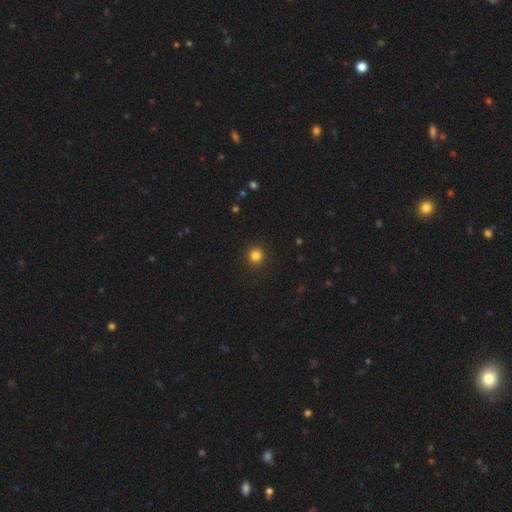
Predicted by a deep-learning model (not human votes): Smooth or featured? Predicted: smooth (p=0.83). How rounded? Predicted: round (p=0.95). Merging? Predicted: none (p=0.93).